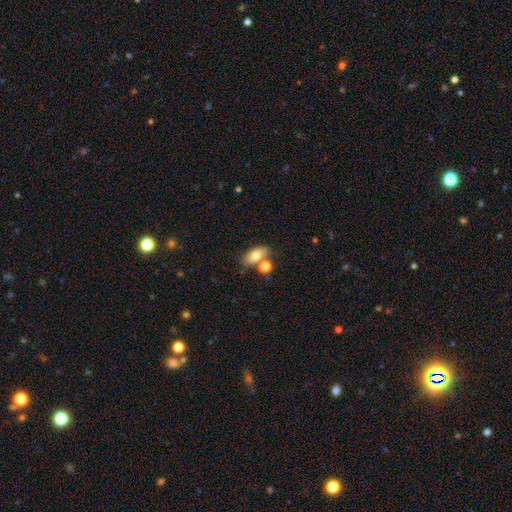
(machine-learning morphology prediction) smooth-or-featured: smooth: 74% | featured or disk: 18% | star or artifact: 8%
  how-rounded: in between: 84% | round: 9% | cigar-shaped: 7%
  merging: none: 60% | merger: 23% | minor disturbance: 12% | major disturbance: 4%